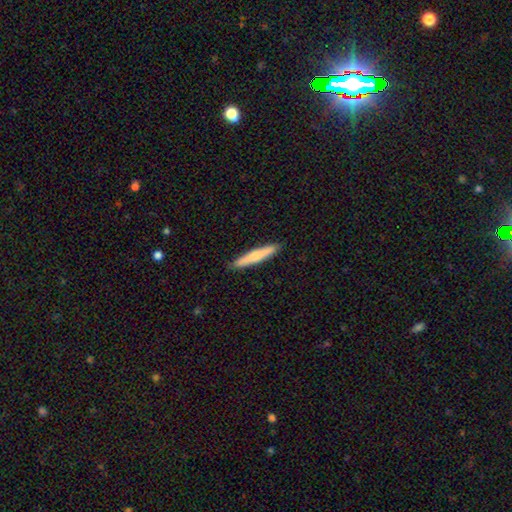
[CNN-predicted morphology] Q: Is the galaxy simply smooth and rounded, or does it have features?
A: smooth — 71%.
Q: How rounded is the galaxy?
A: cigar-shaped — 93%.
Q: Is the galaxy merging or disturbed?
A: none — 91%.